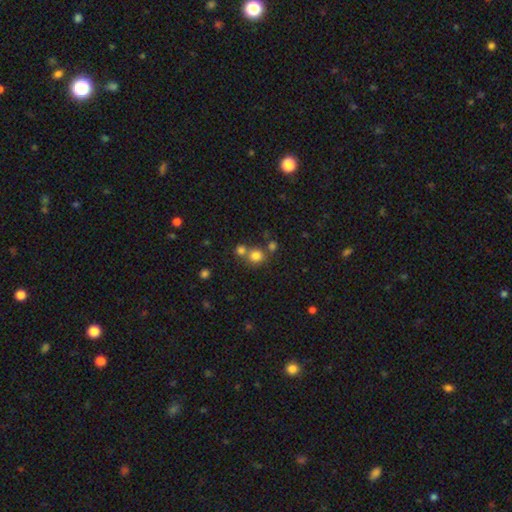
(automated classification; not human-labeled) The model was most divided on "merging": none: 55%, merger: 34%, minor disturbance: 7%, major disturbance: 3%. More confident: how rounded — round (86%); smooth or featured — smooth (79%).